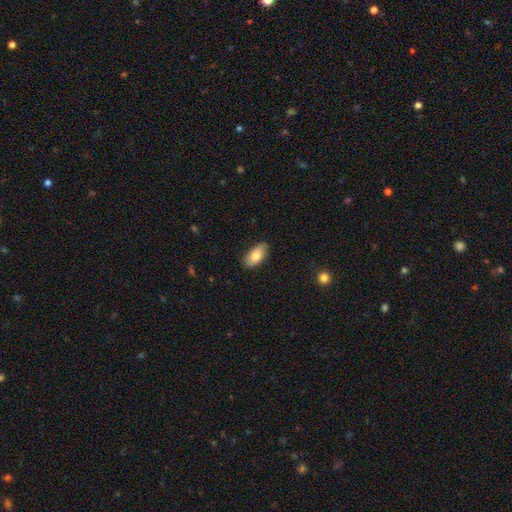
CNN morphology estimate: smooth-or-featured: smooth: 80% | featured or disk: 13% | star or artifact: 6%
  how-rounded: in between: 92% | cigar-shaped: 5% | round: 2%
  merging: none: 85% | minor disturbance: 12% | major disturbance: 2% | merger: 1%